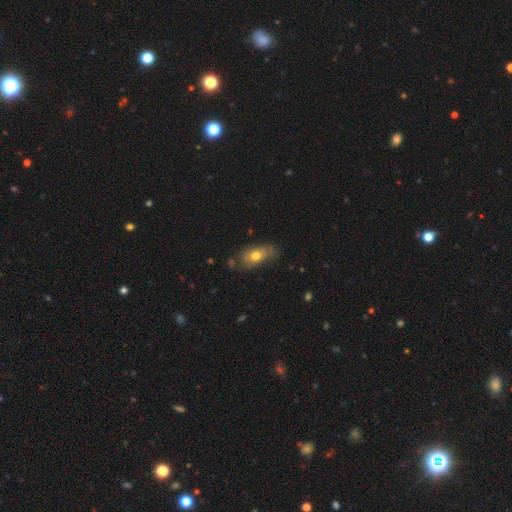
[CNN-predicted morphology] smooth 65%, featured or disk 27%, star or artifact 8%. Down the decision tree: how rounded — in between (84%); merging — none (61%).